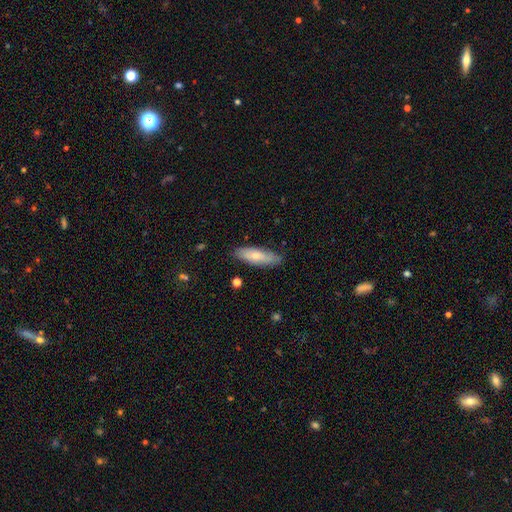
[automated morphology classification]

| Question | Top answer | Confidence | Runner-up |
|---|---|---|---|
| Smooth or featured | smooth | 73% | featured or disk (21%) |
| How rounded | cigar-shaped | 51% | in between (47%) |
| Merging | none | 81% | minor disturbance (15%) |